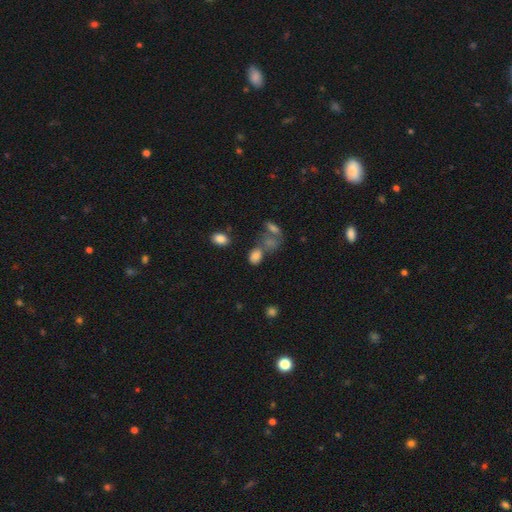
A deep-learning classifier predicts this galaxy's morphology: Q: Smooth or featured?
A: smooth (79%); runner-up: star or artifact (13%)
Q: How rounded?
A: in between (75%); runner-up: round (23%)
Q: Merging?
A: none (47%); runner-up: merger (29%)